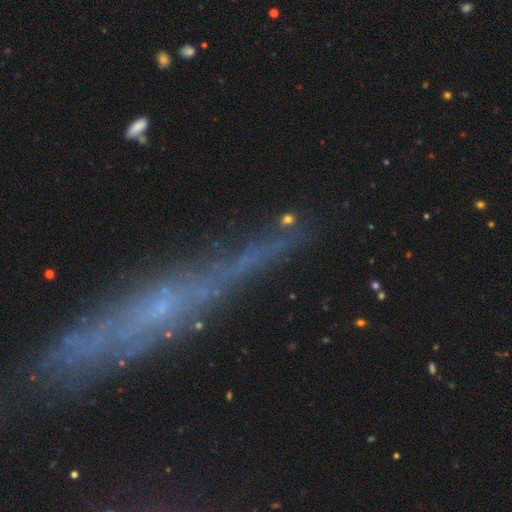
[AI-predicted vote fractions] Smooth or featured: featured or disk — 50% (star or artifact — 26%)
Edge-on disk: yes — 72% (no — 28%)
Merging: none — 72% (minor disturbance — 16%)